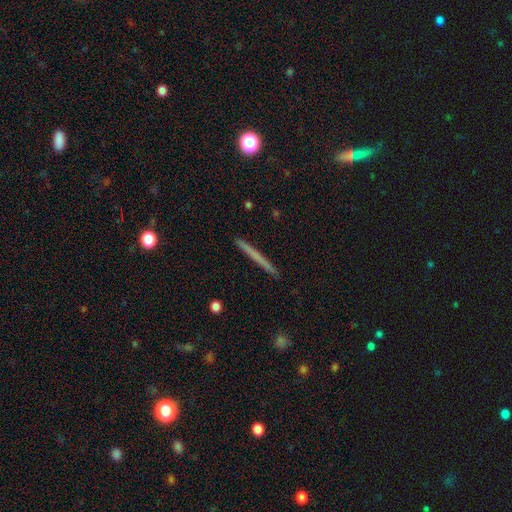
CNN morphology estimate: This appears to be a smooth galaxy with no disk features (53%) that is cigar-shaped (96%). Merging: none (92%).